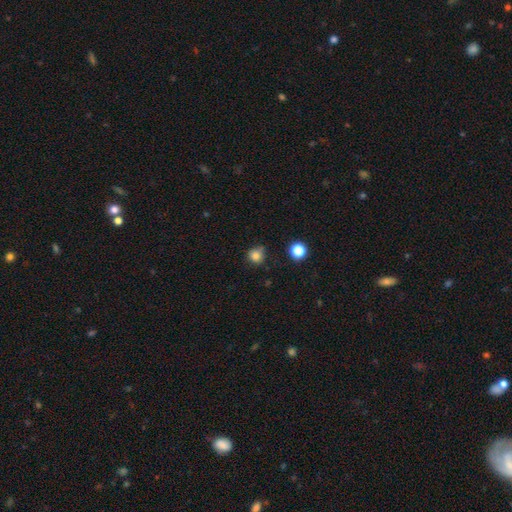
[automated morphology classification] A smooth galaxy with no disk features (81%) that is round (88%).

Vote fractions:
- Smooth or featured? smooth: 81% / star or artifact: 13% / featured or disk: 6%
- How rounded? round: 88% / in between: 11% / cigar-shaped: 1%
- Merging? none: 69% / minor disturbance: 22% / major disturbance: 5% / merger: 4%